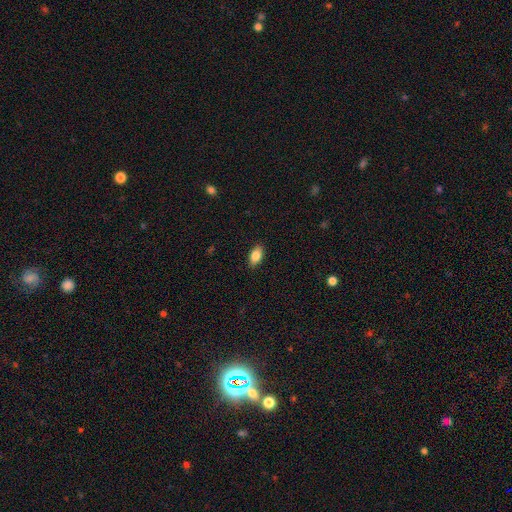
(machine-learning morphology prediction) Overall: smooth (84%). How rounded: in between (91%). Merging: none (88%).